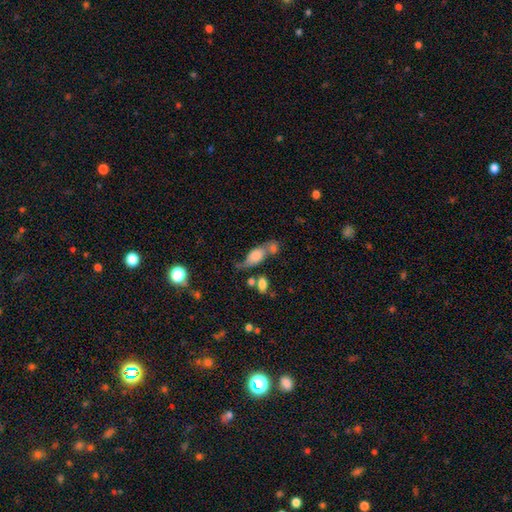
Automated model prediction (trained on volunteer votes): Smooth or featured?
  - smooth: 65% *
  - featured or disk: 26%
  - star or artifact: 10%
How rounded?
  - in between: 78% *
  - cigar-shaped: 12%
  - round: 9%
Merging?
  - merger: 34% *
  - none: 32%
  - minor disturbance: 20%
  - major disturbance: 14%